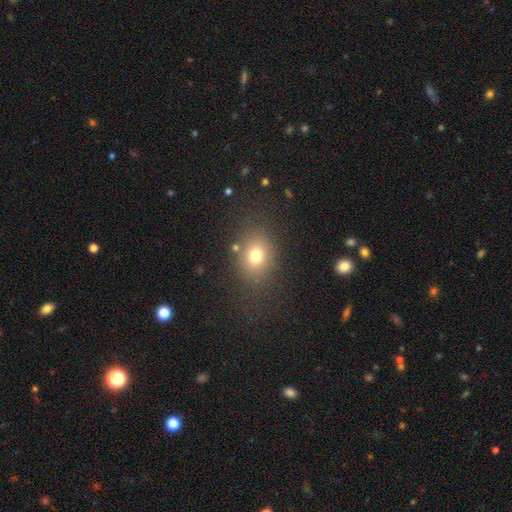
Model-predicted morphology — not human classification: type=smooth (74%); roundness=round (53%); merging=none (77%).